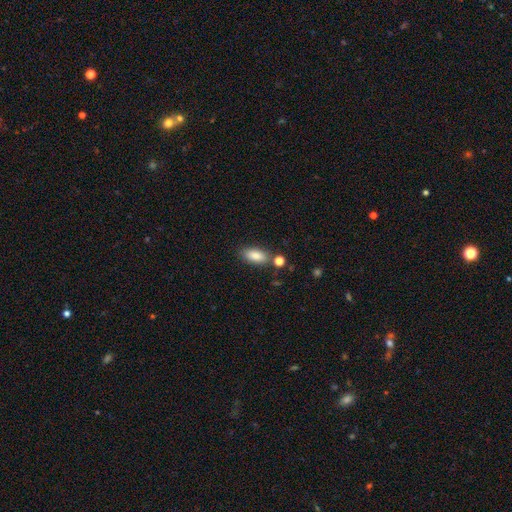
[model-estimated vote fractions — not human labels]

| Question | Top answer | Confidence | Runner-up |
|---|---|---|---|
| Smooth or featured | smooth | 86% | star or artifact (7%) |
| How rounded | in between | 86% | cigar-shaped (11%) |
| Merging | none | 76% | minor disturbance (12%) |